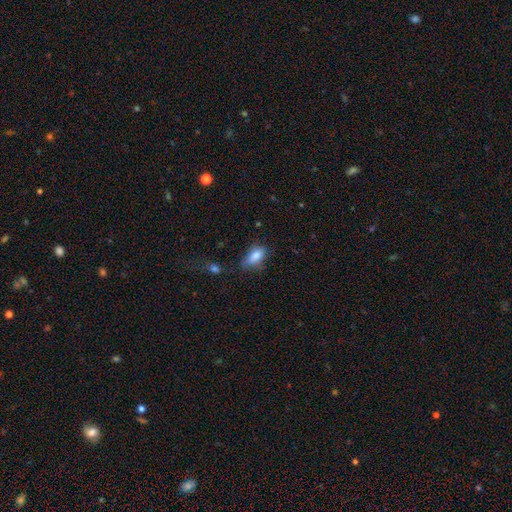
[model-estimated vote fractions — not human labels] smooth_or_featured: smooth (p=0.80) [alt: featured or disk p=0.11]
how_rounded: in between (p=0.86) [alt: cigar-shaped p=0.09]
merging: none (p=0.49) [alt: minor disturbance p=0.34]